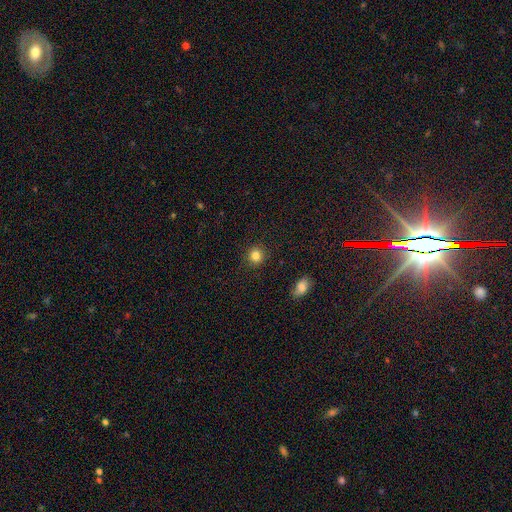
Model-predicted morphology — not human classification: This appears to be a smooth galaxy with no disk features (84%) that is round (91%). Merging: none (90%).